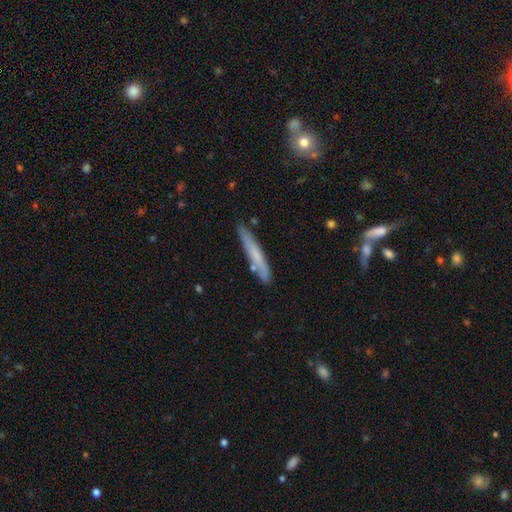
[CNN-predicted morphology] The model was most divided on "smooth or featured": smooth: 57%, featured or disk: 36%, star or artifact: 6%. More confident: how rounded — cigar-shaped (94%); merging — none (80%).